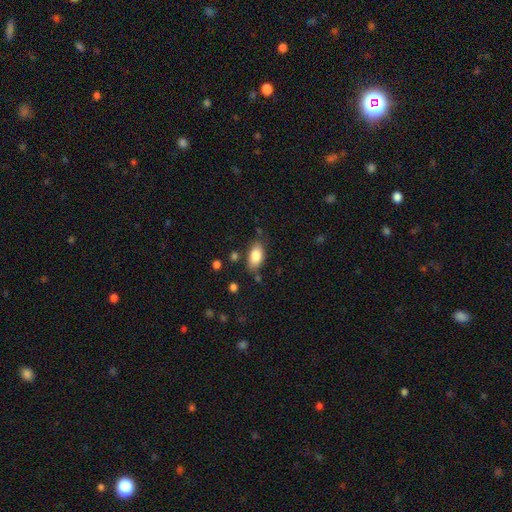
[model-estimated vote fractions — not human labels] Smooth or featured? smooth (84%)
How rounded? in between (91%)
Merging? none (75%)